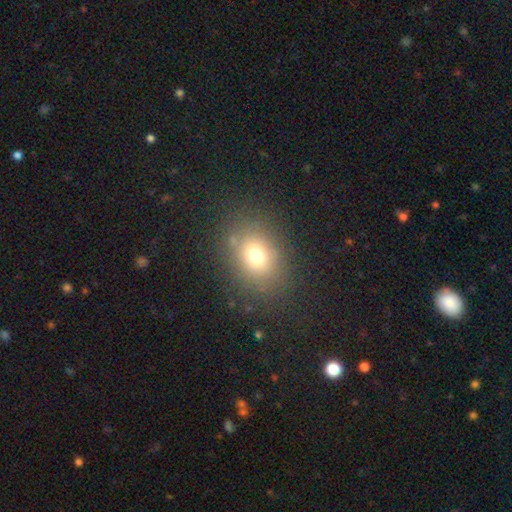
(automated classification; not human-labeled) This appears to be a smooth galaxy with no disk features (71%) that is round (50%). Merging: none (82%).